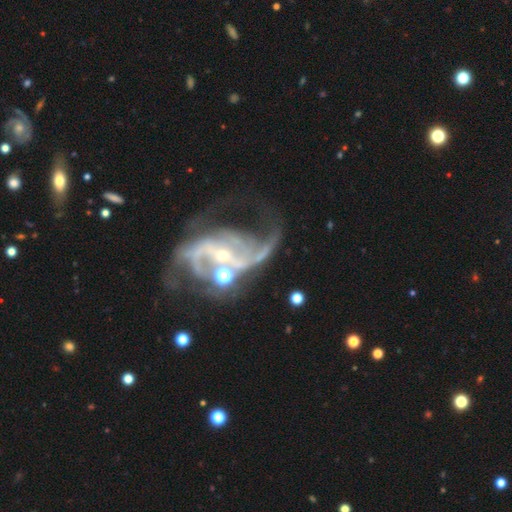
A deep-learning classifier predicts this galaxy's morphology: A featured or disk galaxy (87%) with no bar (42%), 2 (66%) loose (56%) spiral arms (92%) and a small central bulge (61%). Merging: major disturbance (30%).